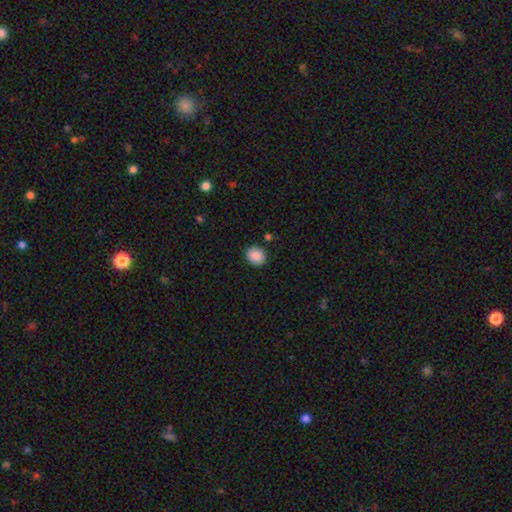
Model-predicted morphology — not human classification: Q: Smooth or featured?
A: smooth (89%); runner-up: star or artifact (8%)
Q: How rounded?
A: round (68%); runner-up: in between (31%)
Q: Merging?
A: none (88%); runner-up: minor disturbance (8%)